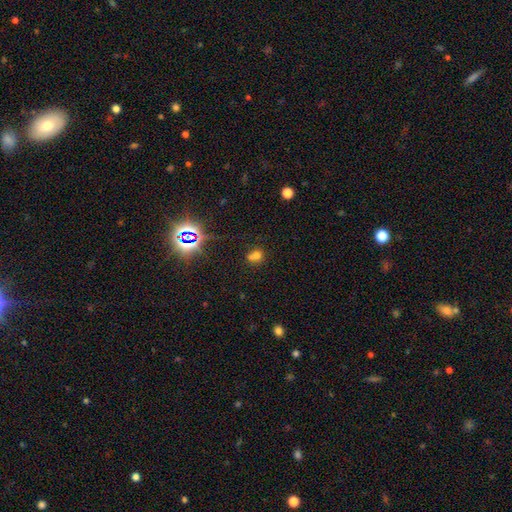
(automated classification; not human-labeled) A smooth galaxy with no disk features (62%) that is round (74%).

Vote fractions:
- Smooth or featured? smooth: 62% / star or artifact: 25% / featured or disk: 13%
- How rounded? round: 74% / in between: 25% / cigar-shaped: 1%
- Merging? merger: 46% / none: 42% / minor disturbance: 9% / major disturbance: 4%